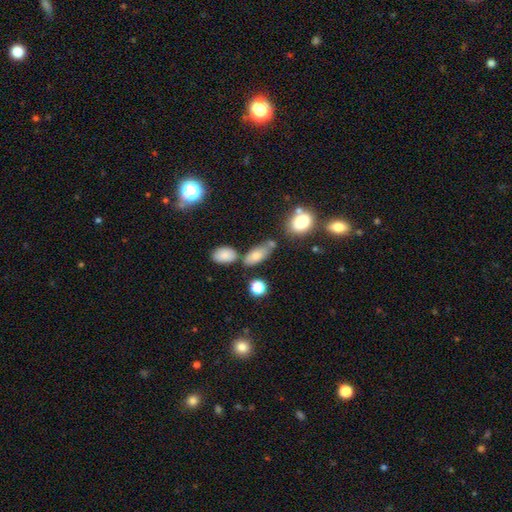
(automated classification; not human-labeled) Smooth or featured? Predicted: smooth (p=0.73). How rounded? Predicted: in between (p=0.78). Merging? Predicted: none (p=0.60).